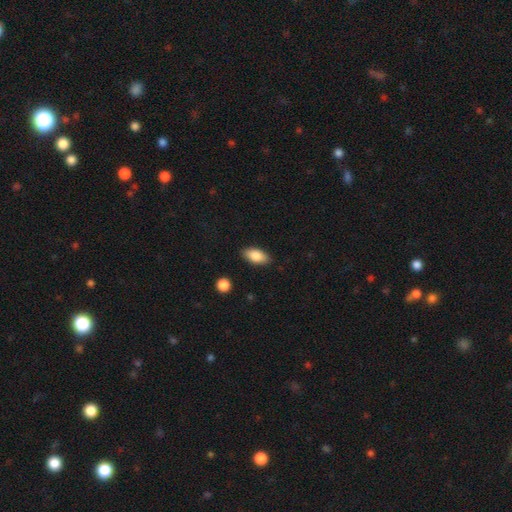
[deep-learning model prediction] smooth-or-featured: smooth: 85% | featured or disk: 9% | star or artifact: 7%
  how-rounded: in between: 91% | cigar-shaped: 6% | round: 3%
  merging: none: 86% | minor disturbance: 10% | major disturbance: 2% | merger: 1%